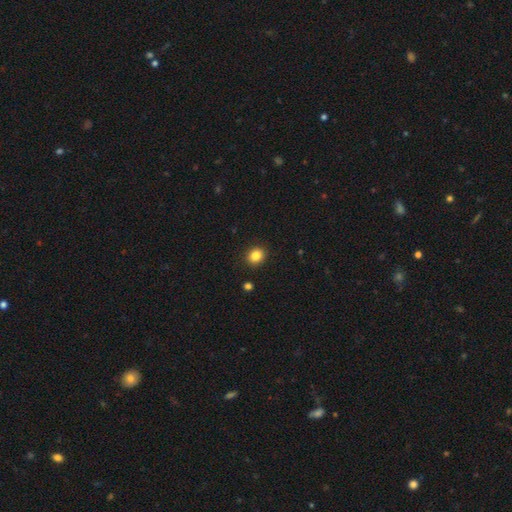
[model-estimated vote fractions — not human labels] The model was most divided on "how rounded": round: 71%, in between: 29%, cigar-shaped: 1%. More confident: merging — none (91%); smooth or featured — smooth (84%).